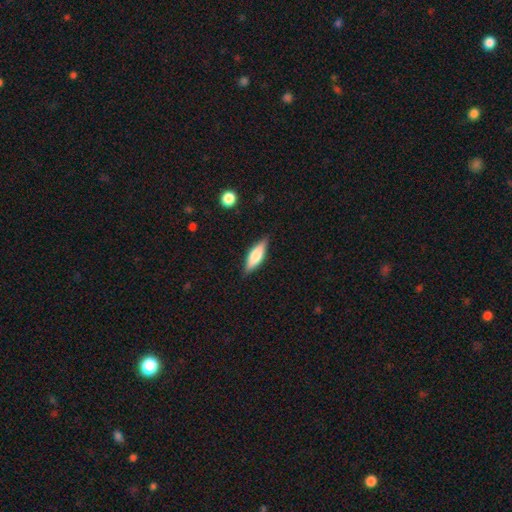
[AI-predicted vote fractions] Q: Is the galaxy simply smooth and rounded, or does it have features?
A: smooth — 64%.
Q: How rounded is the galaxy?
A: in between — 51%.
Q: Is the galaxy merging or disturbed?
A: none — 85%.